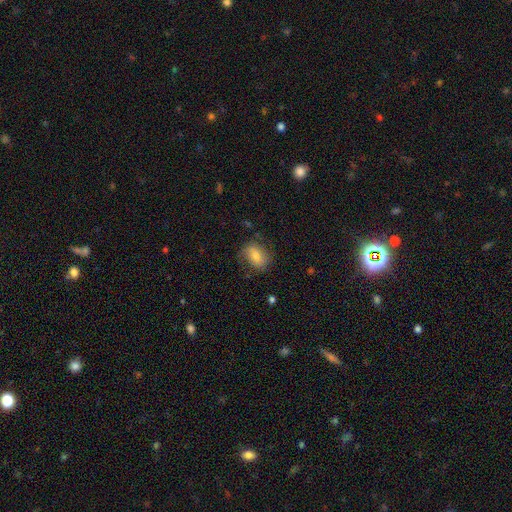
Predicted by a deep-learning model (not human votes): The model was most divided on "smooth or featured": smooth: 63%, featured or disk: 26%, star or artifact: 11%. More confident: merging — none (73%); how rounded — in between (70%).